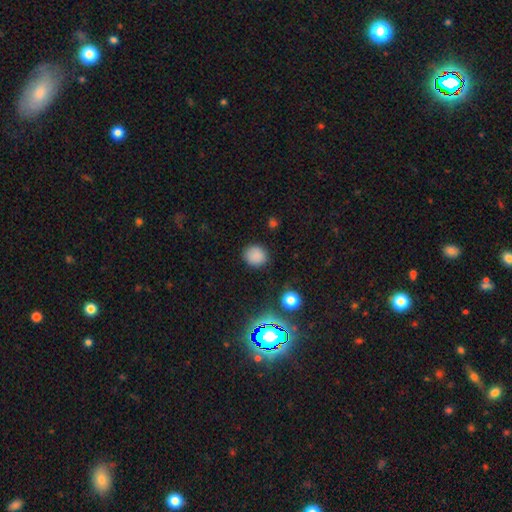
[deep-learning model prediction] Smooth or featured? Predicted: smooth (p=0.83). How rounded? Predicted: round (p=0.80). Merging? Predicted: none (p=0.87).